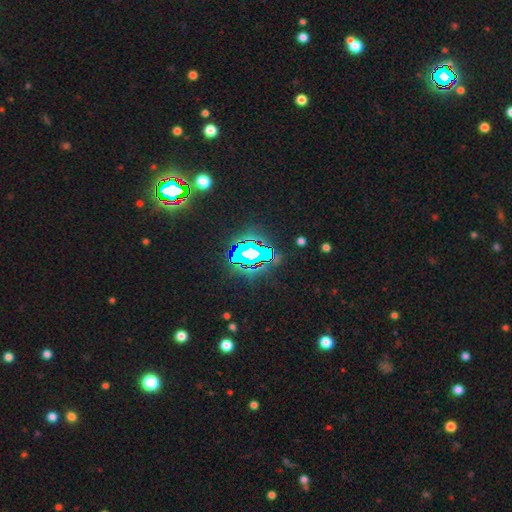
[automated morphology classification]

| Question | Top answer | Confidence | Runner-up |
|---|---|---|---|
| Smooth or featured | star or artifact | 84% | smooth (9%) |